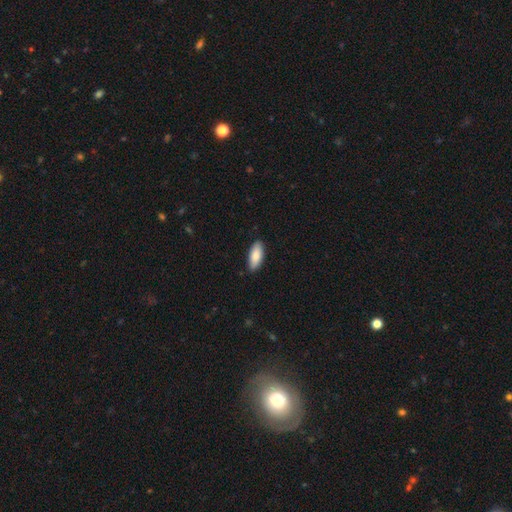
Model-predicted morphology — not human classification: This appears to be a smooth galaxy with no disk features (86%) that is in between round and cigar-shaped (82%). Merging: none (88%).